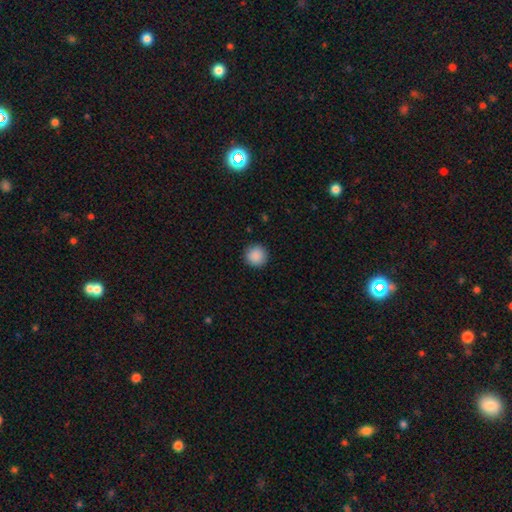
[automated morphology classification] type=smooth (89%); roundness=round (95%); merging=none (91%).